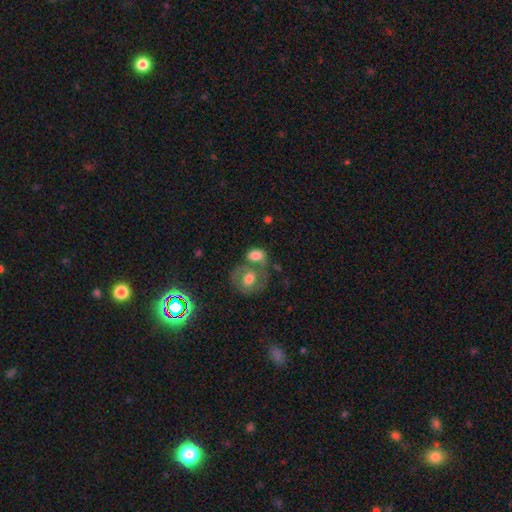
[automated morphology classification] The model was most divided on "merging": merger: 47%, none: 32%, minor disturbance: 13%, major disturbance: 9%. More confident: how rounded — in between (69%); smooth or featured — smooth (66%).